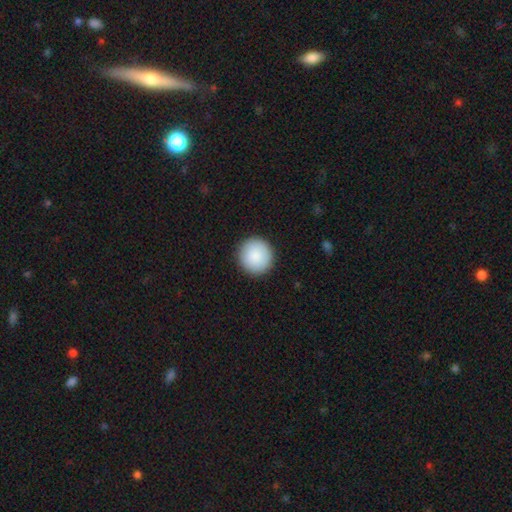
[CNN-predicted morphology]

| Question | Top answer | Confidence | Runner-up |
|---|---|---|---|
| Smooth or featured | smooth | 88% | star or artifact (6%) |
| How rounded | round | 96% | in between (3%) |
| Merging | none | 92% | minor disturbance (5%) |